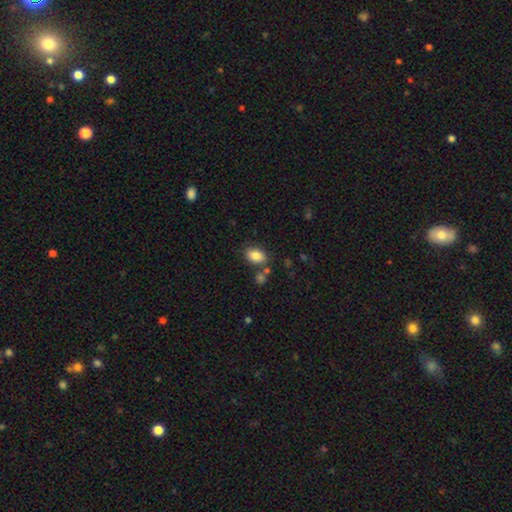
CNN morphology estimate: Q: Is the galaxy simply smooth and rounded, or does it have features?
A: smooth — 85%.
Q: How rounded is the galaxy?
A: in between — 86%.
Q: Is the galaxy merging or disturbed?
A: none — 74%.